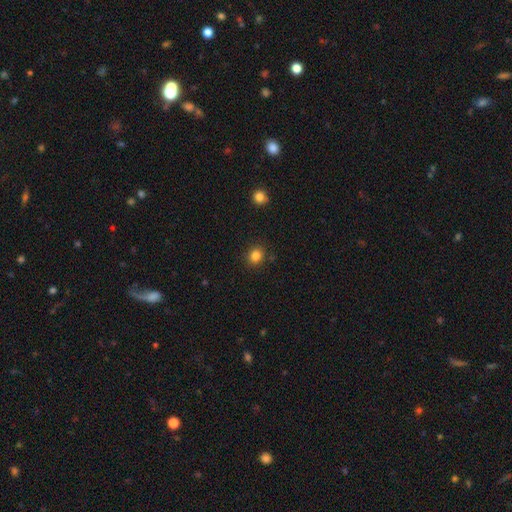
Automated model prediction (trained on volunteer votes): Smooth or featured?
  - smooth: 83% *
  - star or artifact: 12%
  - featured or disk: 5%
How rounded?
  - round: 72% *
  - in between: 27%
  - cigar-shaped: 1%
Merging?
  - none: 88% *
  - minor disturbance: 8%
  - major disturbance: 2%
  - merger: 2%